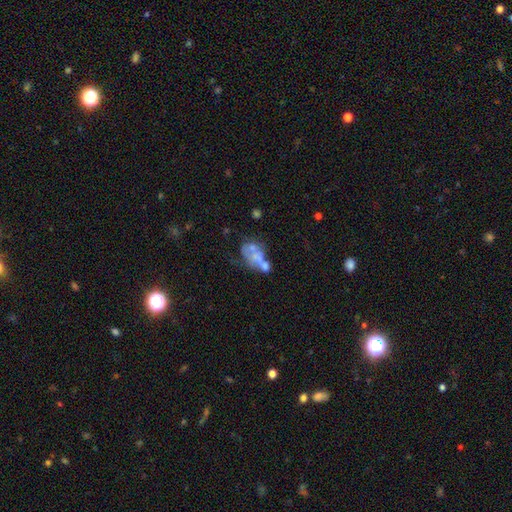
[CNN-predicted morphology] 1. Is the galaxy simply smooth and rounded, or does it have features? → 51% featured or disk, 37% smooth, 12% star or artifact.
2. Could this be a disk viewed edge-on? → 98% no, 2% yes.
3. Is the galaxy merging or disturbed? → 44% merger, 21% major disturbance, 21% none, 14% minor disturbance.